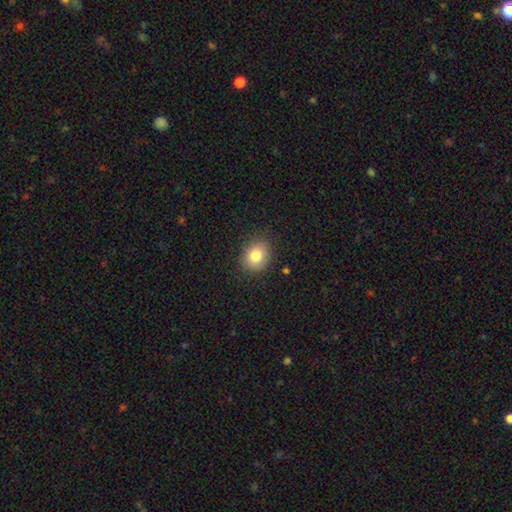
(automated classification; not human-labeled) Morphology: type=smooth (81%); roundness=round (58%); merging=none (86%).